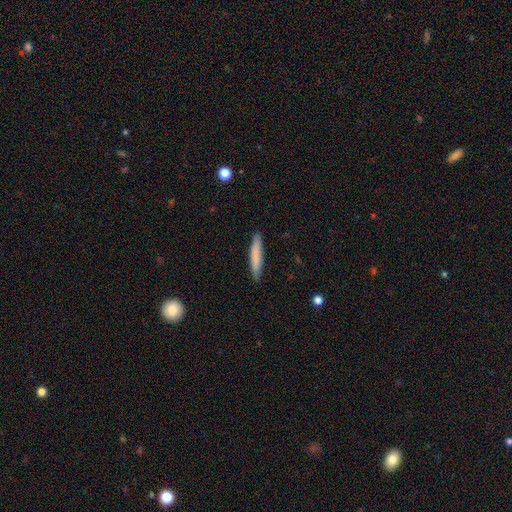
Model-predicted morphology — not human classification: smooth_or_featured: smooth (p=0.77) [alt: featured or disk p=0.17]
how_rounded: cigar-shaped (p=0.94) [alt: in between p=0.05]
merging: none (p=0.89) [alt: minor disturbance p=0.08]